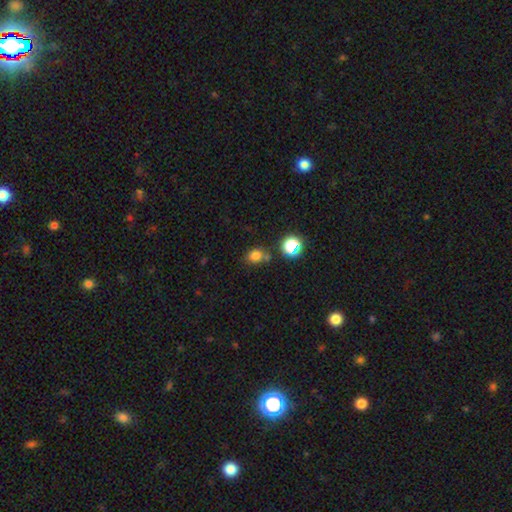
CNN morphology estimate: This is likely a smooth galaxy (75%). How rounded: likely round (67%). Merging: likely none (64%).